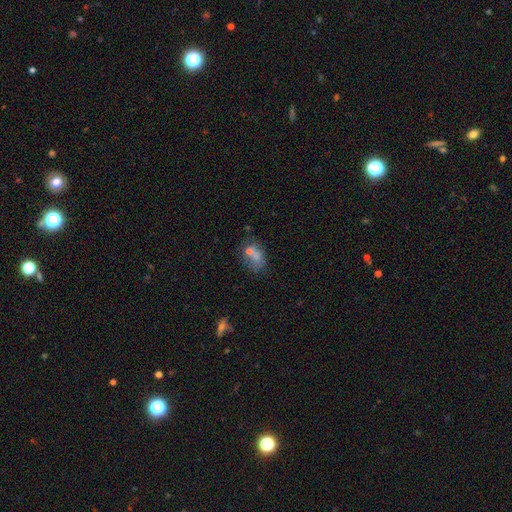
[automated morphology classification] The model was most divided on "merging": merger: 37%, none: 32%, minor disturbance: 18%, major disturbance: 14%. More confident: how rounded — in between (68%); smooth or featured — smooth (65%).